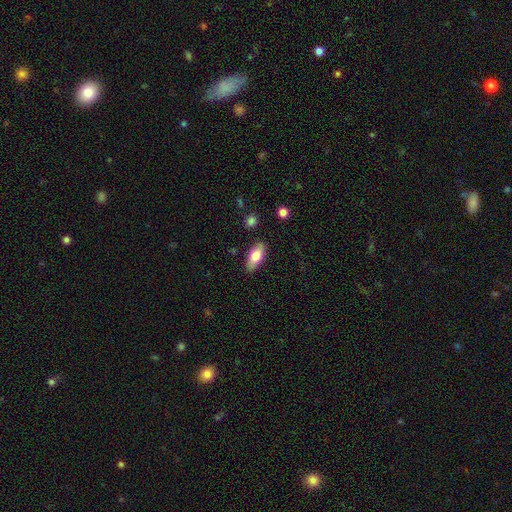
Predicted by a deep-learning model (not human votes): Q: Smooth or featured?
A: smooth (73%); runner-up: featured or disk (21%)
Q: How rounded?
A: in between (83%); runner-up: cigar-shaped (14%)
Q: Merging?
A: none (86%); runner-up: minor disturbance (11%)